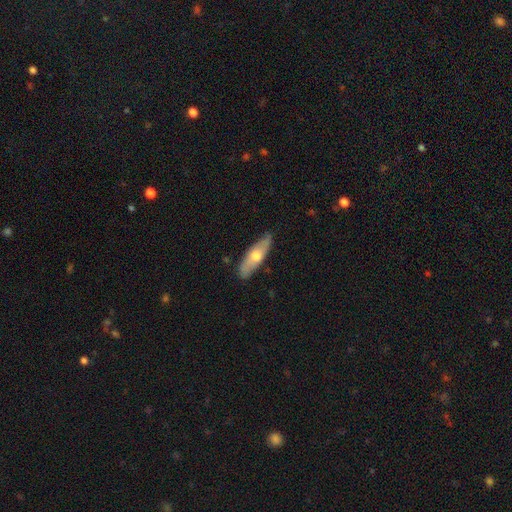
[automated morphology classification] smooth-or-featured: smooth: 51% | featured or disk: 43% | star or artifact: 5%
  how-rounded: cigar-shaped: 52% | in between: 46% | round: 2%
  merging: none: 82% | minor disturbance: 15% | major disturbance: 2% | merger: 1%